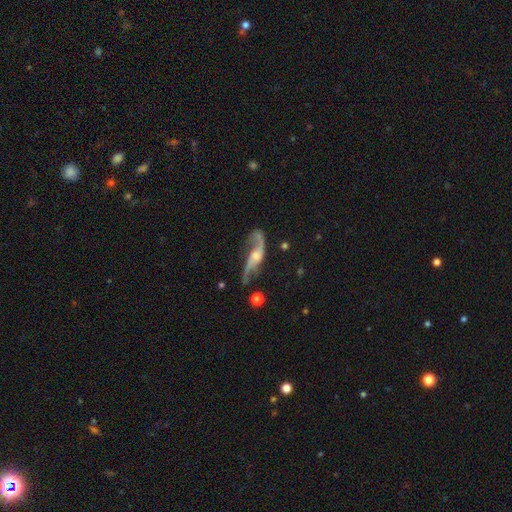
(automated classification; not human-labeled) smooth-or-featured: featured or disk: 86% | smooth: 9% | star or artifact: 6%
  disk-edge-on: no: 87% | yes: 13%
    bar: no: 55% | weak: 34% | strong: 11%
    has-spiral-arms: yes: 95% | no: 5%
      spiral-winding: loose: 85% | medium: 12% | tight: 3%
      spiral-arm-count: 2: 91% | 1: 3% | can't tell: 2% | 3: 1% | 4: 1% | more than 4: 1%
    bulge-size: moderate: 42% | small: 40% | none: 10% | large: 6% | dominant: 2%
  merging: none: 59% | minor disturbance: 20% | major disturbance: 15% | merger: 6%